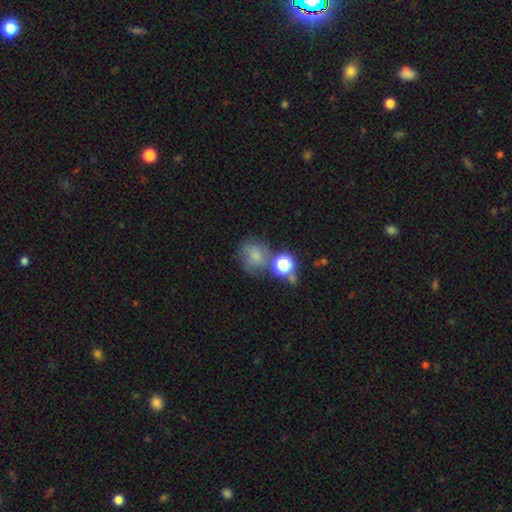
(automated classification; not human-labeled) Smooth or featured? smooth (58%)
How rounded? round (70%)
Merging? none (45%)